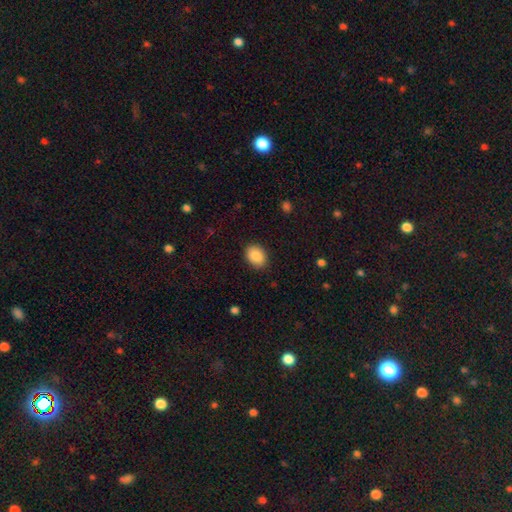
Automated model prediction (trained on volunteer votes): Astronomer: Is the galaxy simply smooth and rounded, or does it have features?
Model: smooth — 88%.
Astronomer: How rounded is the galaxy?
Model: in between — 73%.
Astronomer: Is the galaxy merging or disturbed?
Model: none — 87%.